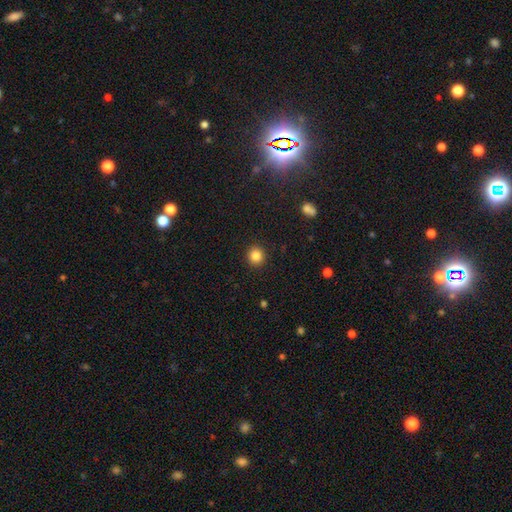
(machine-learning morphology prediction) type=smooth (84%); roundness=round (92%); merging=none (92%).